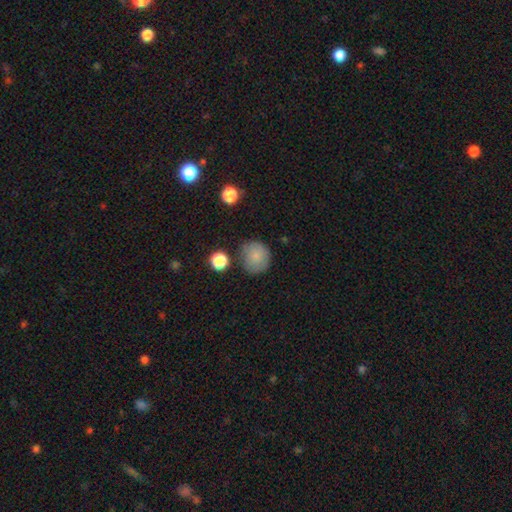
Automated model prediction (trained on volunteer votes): Smooth or featured: smooth — 81% (star or artifact — 10%)
How rounded: round — 87% (in between — 12%)
Merging: none — 75% (minor disturbance — 16%)